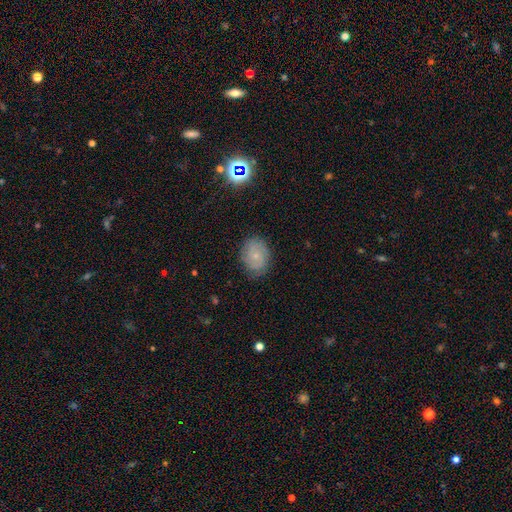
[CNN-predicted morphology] smooth_or_featured: smooth (p=0.47) [alt: featured or disk p=0.40]
merging: none (p=0.80) [alt: minor disturbance p=0.15]